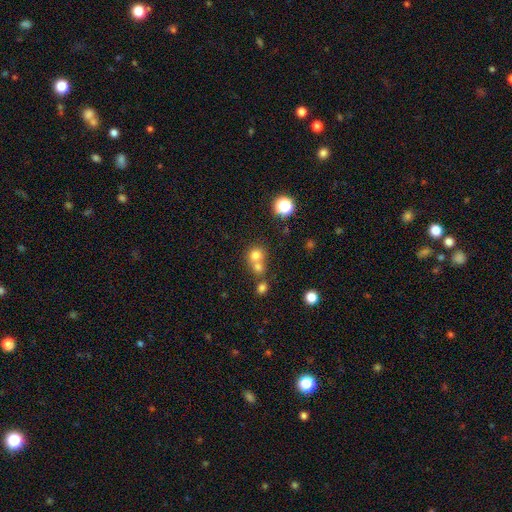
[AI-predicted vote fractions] A smooth galaxy with no disk features (73%) that is round (85%).

Vote fractions:
- Smooth or featured? smooth: 73% / star or artifact: 16% / featured or disk: 11%
- How rounded? round: 85% / in between: 14% / cigar-shaped: 1%
- Merging? merger: 51% / none: 40% / minor disturbance: 6% / major disturbance: 3%